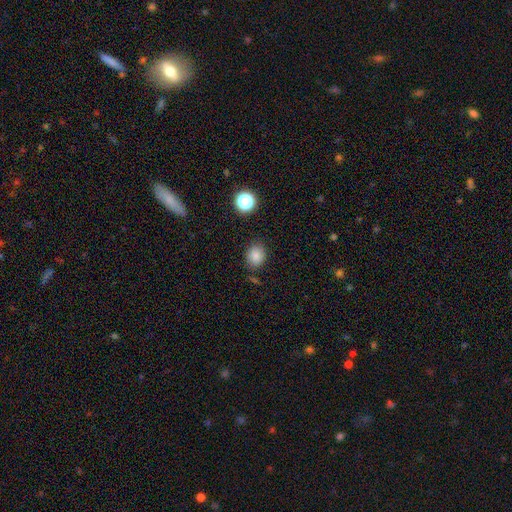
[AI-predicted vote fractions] Smooth or featured? smooth (83%)
How rounded? round (63%)
Merging? none (79%)